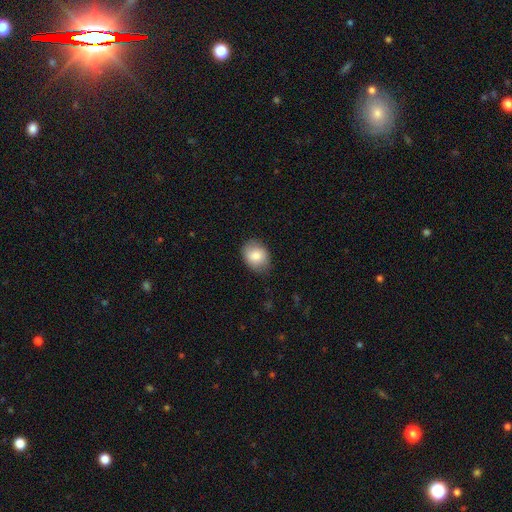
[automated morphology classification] smooth-or-featured: smooth: 83% | featured or disk: 10% | star or artifact: 7%
  how-rounded: in between: 58% | round: 42% | cigar-shaped: 1%
  merging: none: 81% | minor disturbance: 15% | major disturbance: 3% | merger: 1%